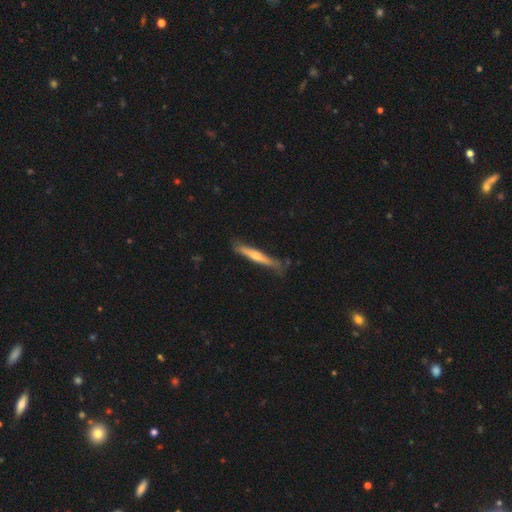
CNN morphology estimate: Q: Smooth or featured?
A: smooth (49%); runner-up: featured or disk (45%)
Q: Merging?
A: none (72%); runner-up: minor disturbance (21%)